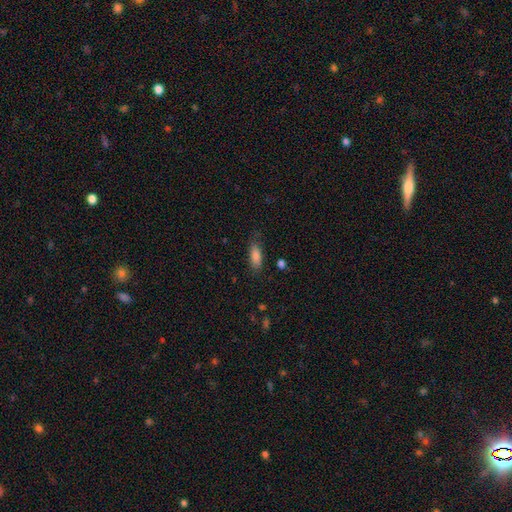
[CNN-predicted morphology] smooth-or-featured: smooth: 83% | star or artifact: 9% | featured or disk: 8%
  how-rounded: in between: 71% | cigar-shaped: 26% | round: 2%
  merging: none: 76% | minor disturbance: 17% | major disturbance: 5% | merger: 2%